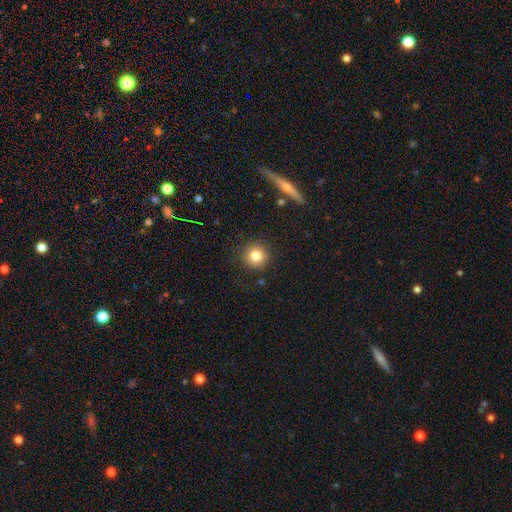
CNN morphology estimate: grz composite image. It shows a smooth galaxy with no disk features (82%) that is round (94%). Merging: none (89%).